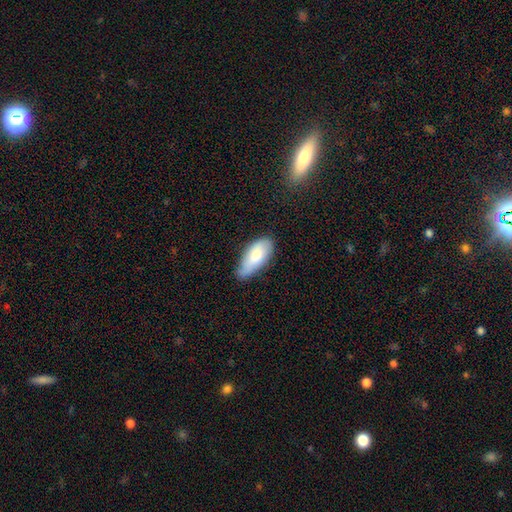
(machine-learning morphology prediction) Q: Smooth or featured?
A: smooth (80%); runner-up: featured or disk (14%)
Q: How rounded?
A: in between (86%); runner-up: cigar-shaped (12%)
Q: Merging?
A: none (51%); runner-up: minor disturbance (39%)